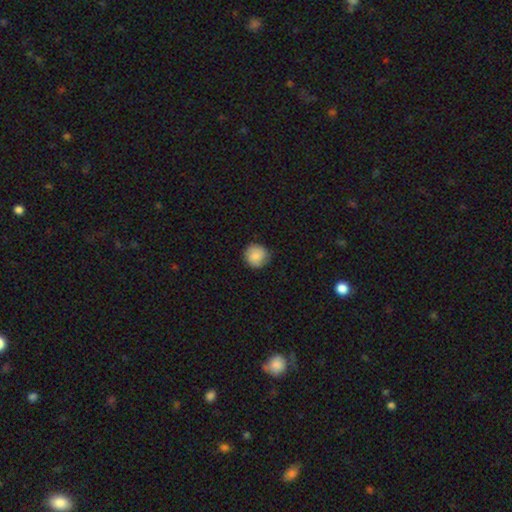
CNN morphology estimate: Smooth or featured? smooth (84%)
How rounded? round (93%)
Merging? none (84%)